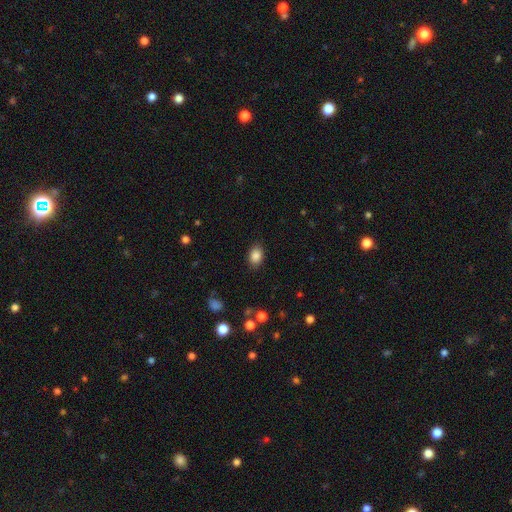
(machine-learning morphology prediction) Q: Smooth or featured?
A: smooth (86%); runner-up: star or artifact (9%)
Q: How rounded?
A: in between (77%); runner-up: round (22%)
Q: Merging?
A: none (86%); runner-up: minor disturbance (10%)